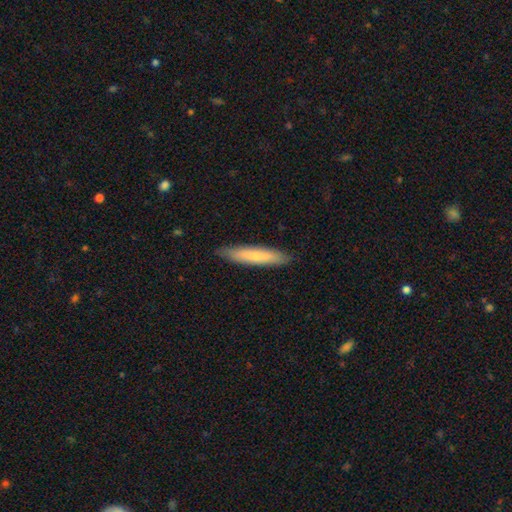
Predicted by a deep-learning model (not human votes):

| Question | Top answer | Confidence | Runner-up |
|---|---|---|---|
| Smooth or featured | smooth | 69% | featured or disk (25%) |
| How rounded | cigar-shaped | 89% | in between (10%) |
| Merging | none | 89% | minor disturbance (9%) |